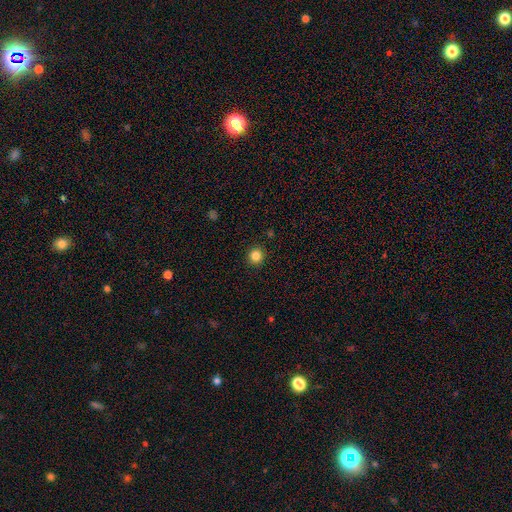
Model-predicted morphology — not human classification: This appears to be a smooth galaxy with no disk features (84%) that is round (92%). Merging: none (92%).